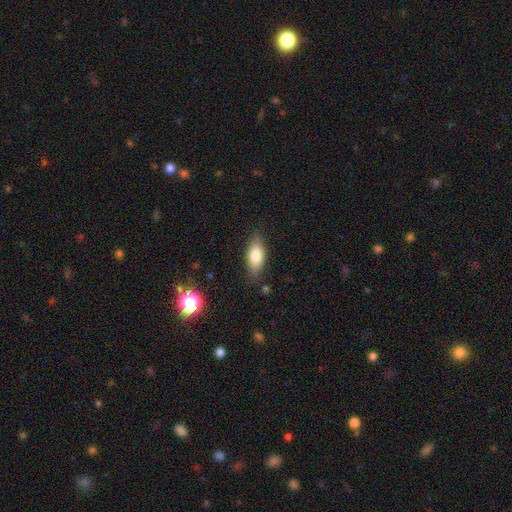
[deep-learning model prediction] This appears to be a smooth galaxy with no disk features (78%) that is in between round and cigar-shaped (80%). Merging: none (81%).